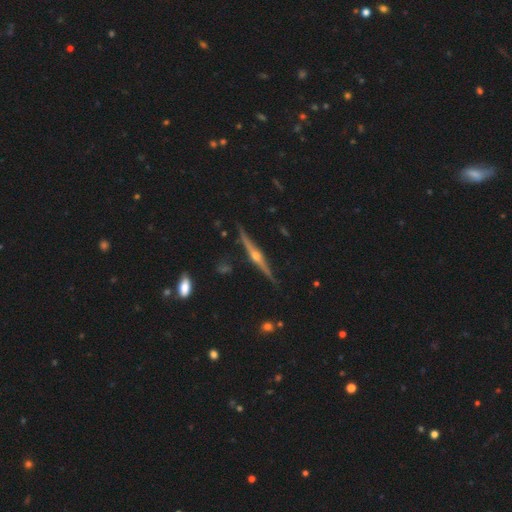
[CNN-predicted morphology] Smooth or featured? Predicted: featured or disk (p=0.87). Edge-on disk? Predicted: yes (p=0.98). Edge-on bulge? Predicted: rounded (p=0.94). Merging? Predicted: none (p=0.89).